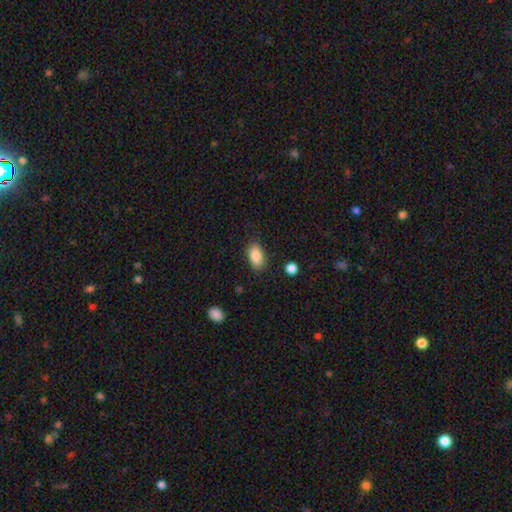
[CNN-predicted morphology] A smooth galaxy with no disk features (87%) that is in between round and cigar-shaped (91%). Merging: none (84%).